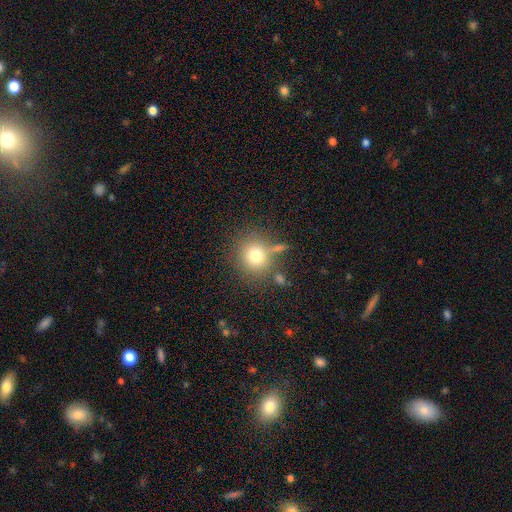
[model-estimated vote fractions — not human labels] Smooth or featured? smooth (76%)
How rounded? round (87%)
Merging? none (71%)